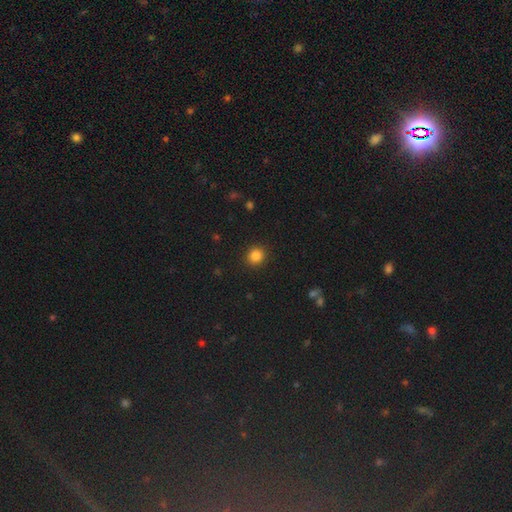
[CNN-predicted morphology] Smooth or featured: smooth — 85% (star or artifact — 11%)
How rounded: round — 89% (in between — 10%)
Merging: none — 91% (minor disturbance — 6%)